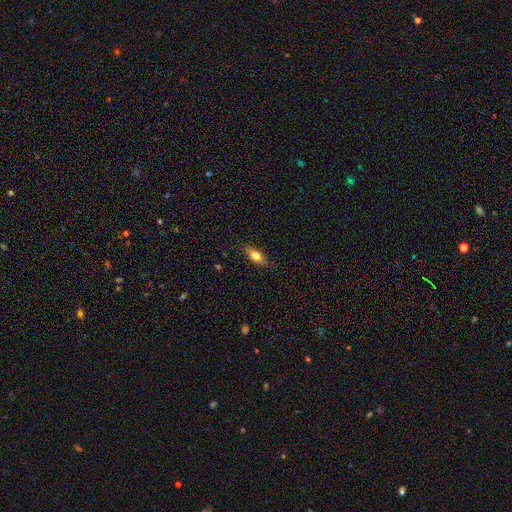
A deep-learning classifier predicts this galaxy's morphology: smooth_or_featured: smooth (p=0.76) [alt: featured or disk p=0.16]
how_rounded: in between (p=0.77) [alt: cigar-shaped p=0.17]
merging: none (p=0.83) [alt: minor disturbance p=0.13]